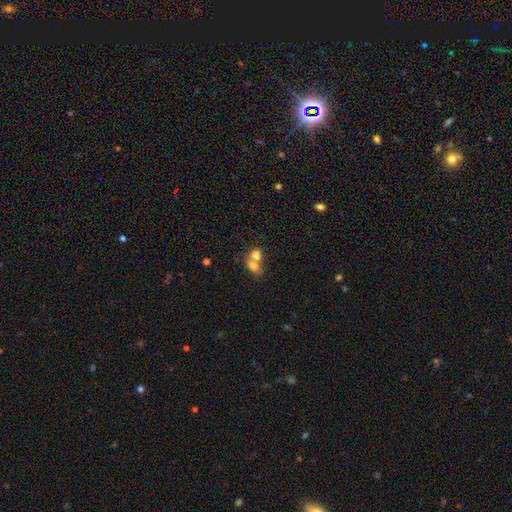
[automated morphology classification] smooth_or_featured: smooth (p=0.72) [alt: featured or disk p=0.18]
how_rounded: in between (p=0.64) [alt: round p=0.34]
merging: merger (p=0.68) [alt: none p=0.21]